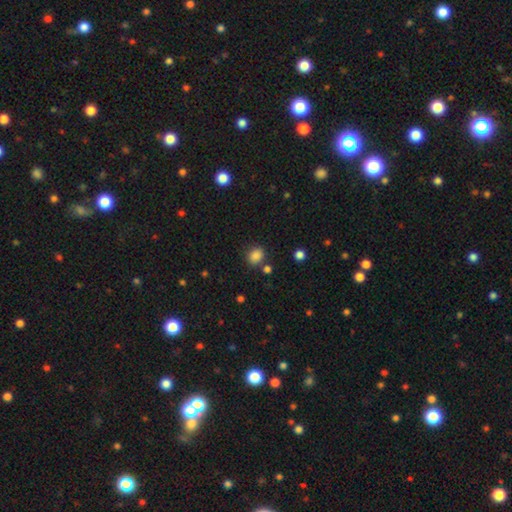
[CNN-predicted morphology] smooth-or-featured: smooth: 84% | star or artifact: 12% | featured or disk: 4%
  how-rounded: round: 56% | in between: 43% | cigar-shaped: 1%
  merging: none: 78% | minor disturbance: 11% | merger: 7% | major disturbance: 4%